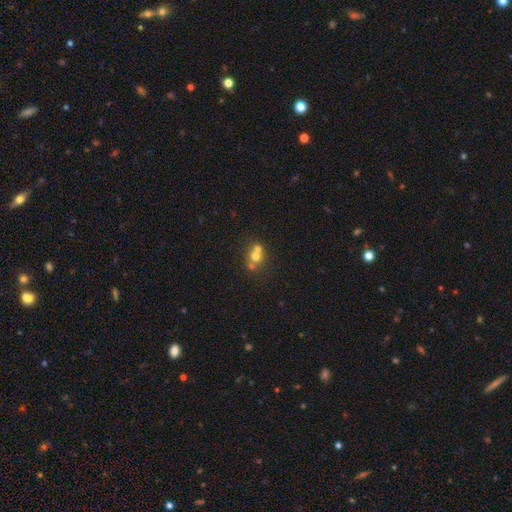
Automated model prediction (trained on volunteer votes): A smooth galaxy with no disk features (61%) that is round (79%). Merging: merger (56%).